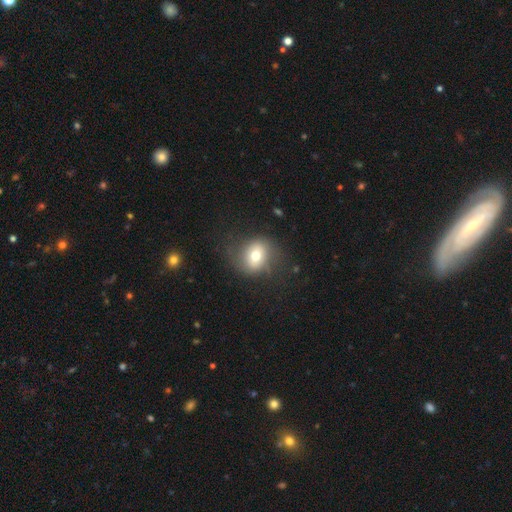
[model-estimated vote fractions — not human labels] smooth-or-featured: smooth: 64% | featured or disk: 26% | star or artifact: 11%
  how-rounded: round: 64% | in between: 34% | cigar-shaped: 1%
  merging: none: 65% | minor disturbance: 20% | major disturbance: 13% | merger: 2%